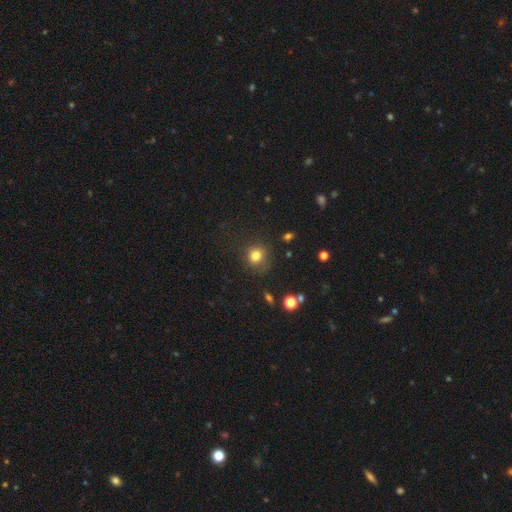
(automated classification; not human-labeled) Smooth or featured? Predicted: smooth (p=0.78). How rounded? Predicted: round (p=0.83). Merging? Predicted: none (p=0.73).